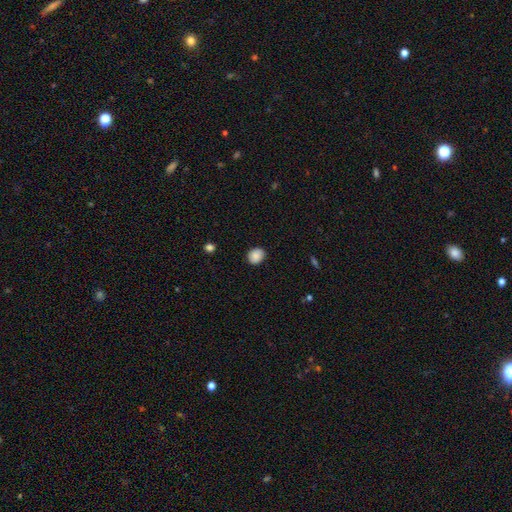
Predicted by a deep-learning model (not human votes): This appears to be a smooth galaxy with no disk features (87%) that is round (65%). Merging: none (85%).